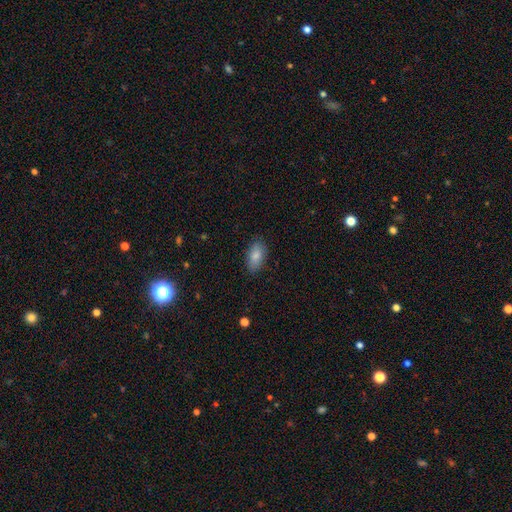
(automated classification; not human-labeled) Smooth or featured? smooth (83%)
How rounded? in between (91%)
Merging? none (84%)